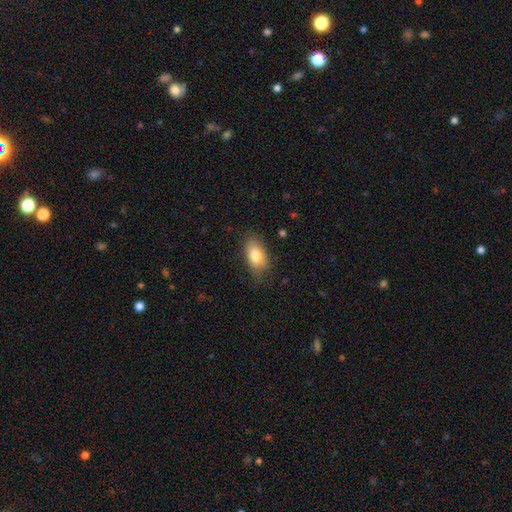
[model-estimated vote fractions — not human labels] Overall: smooth (80%). How rounded: in between (89%). Merging: none (74%).